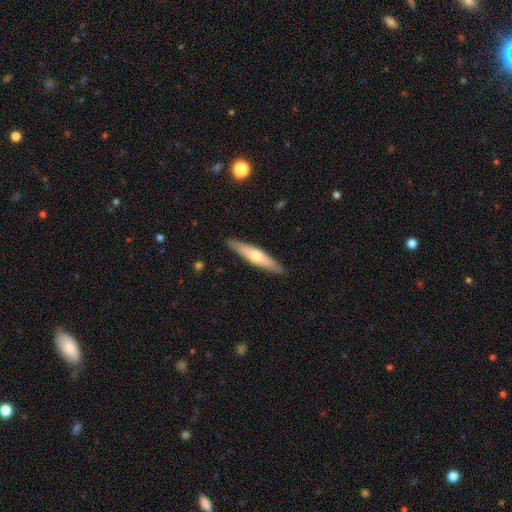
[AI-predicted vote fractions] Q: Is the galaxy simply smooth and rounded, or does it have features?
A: smooth — 52%.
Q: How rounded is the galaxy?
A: cigar-shaped — 87%.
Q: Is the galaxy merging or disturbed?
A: none — 89%.